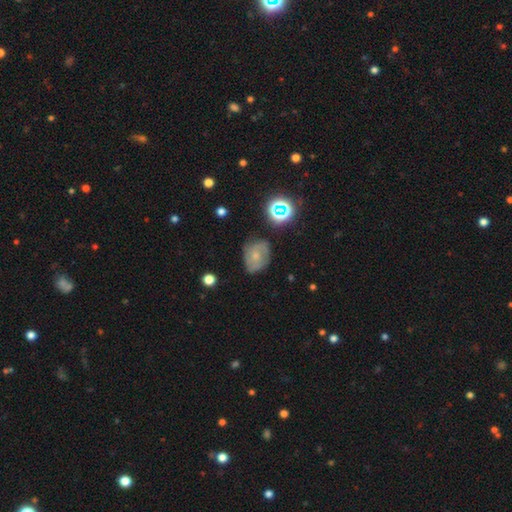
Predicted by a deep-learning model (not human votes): Morphology: type=smooth (46%); merging=none (63%).